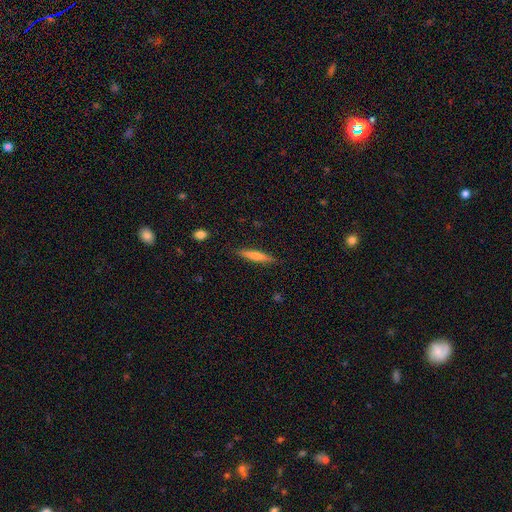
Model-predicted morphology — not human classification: smooth_or_featured: smooth (p=0.64) [alt: featured or disk p=0.30]
how_rounded: cigar-shaped (p=0.90) [alt: in between p=0.08]
merging: none (p=0.88) [alt: minor disturbance p=0.09]